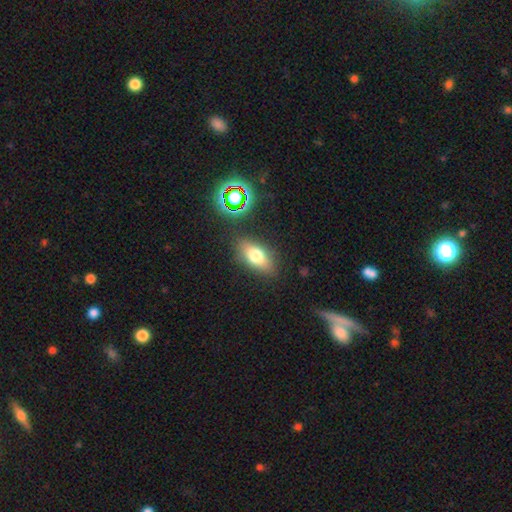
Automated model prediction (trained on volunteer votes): The model was most divided on "smooth or featured": smooth: 69%, featured or disk: 19%, star or artifact: 13%. More confident: merging — none (84%); how rounded — in between (82%).